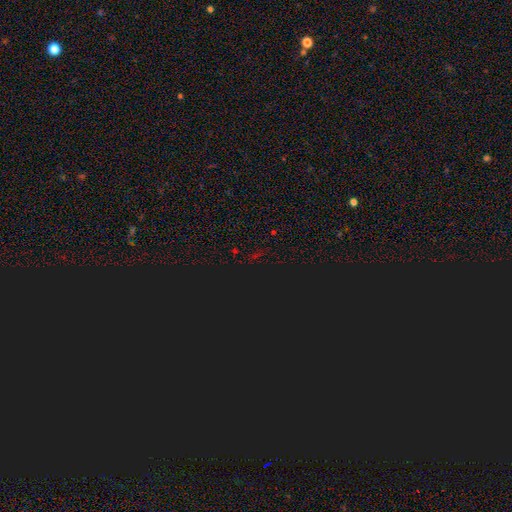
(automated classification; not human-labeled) Smooth or featured: star or artifact — 77% (smooth — 15%)